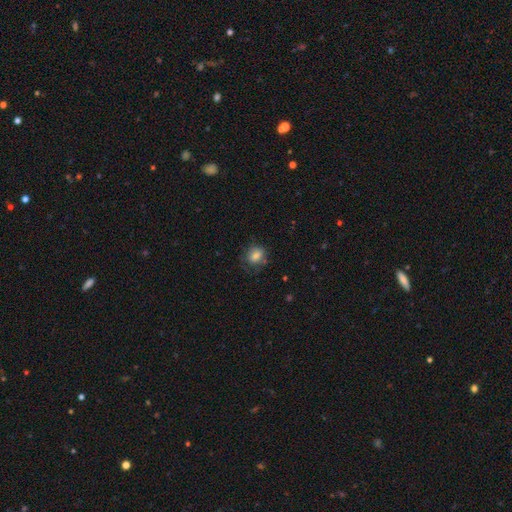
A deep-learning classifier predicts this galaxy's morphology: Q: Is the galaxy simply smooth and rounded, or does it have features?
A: smooth — 78%.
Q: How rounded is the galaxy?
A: round — 55%.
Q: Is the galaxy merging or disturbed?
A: none — 68%.